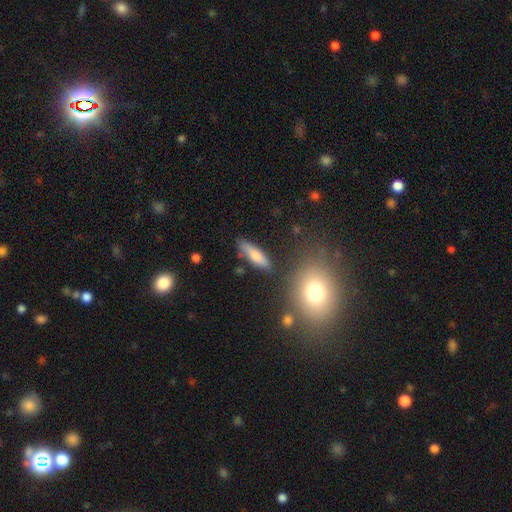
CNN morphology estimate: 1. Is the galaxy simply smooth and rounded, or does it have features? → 72% smooth, 20% featured or disk, 8% star or artifact.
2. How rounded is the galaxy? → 62% cigar-shaped, 35% in between, 3% round.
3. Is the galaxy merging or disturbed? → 78% none, 14% minor disturbance, 5% merger, 4% major disturbance.